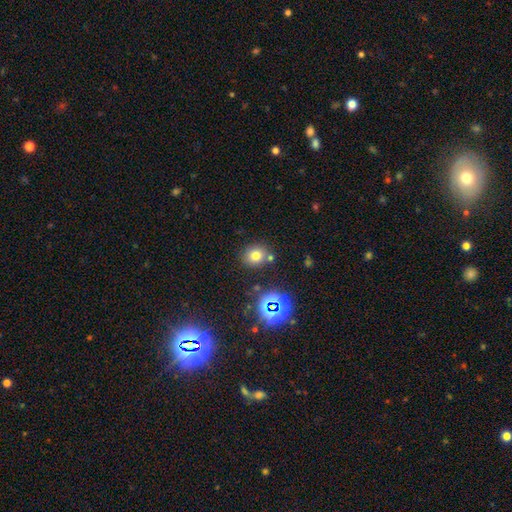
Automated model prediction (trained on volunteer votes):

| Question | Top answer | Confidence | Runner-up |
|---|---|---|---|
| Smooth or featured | smooth | 71% | star or artifact (20%) |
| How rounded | round | 76% | in between (23%) |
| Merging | none | 76% | minor disturbance (10%) |